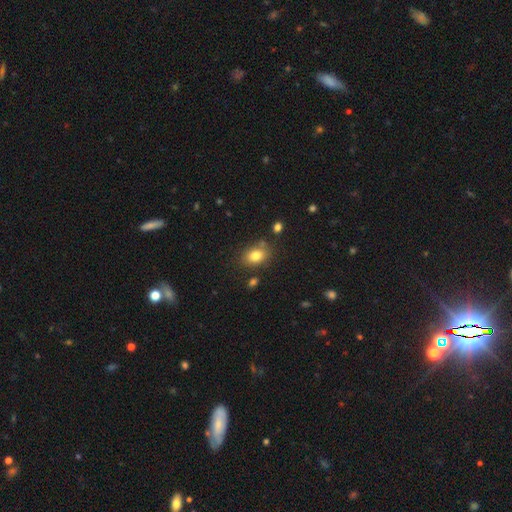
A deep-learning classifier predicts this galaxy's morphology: smooth_or_featured: smooth (p=0.81) [alt: star or artifact p=0.10]
how_rounded: in between (p=0.72) [alt: round p=0.27]
merging: none (p=0.76) [alt: minor disturbance p=0.14]